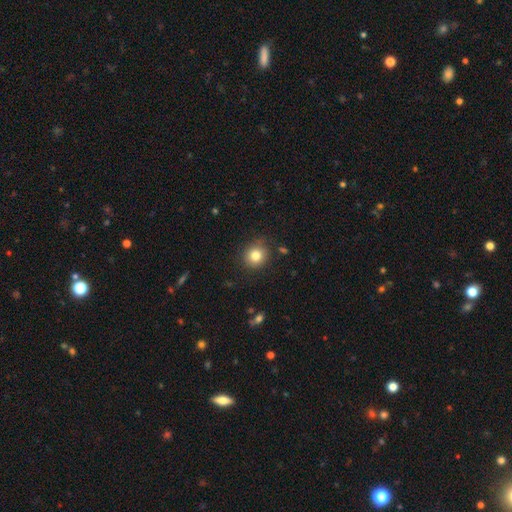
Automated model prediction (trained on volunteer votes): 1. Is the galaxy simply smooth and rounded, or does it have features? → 82% smooth, 11% star or artifact, 7% featured or disk.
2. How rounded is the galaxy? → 85% round, 14% in between, 1% cigar-shaped.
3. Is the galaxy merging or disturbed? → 84% none, 11% minor disturbance, 3% major disturbance, 2% merger.